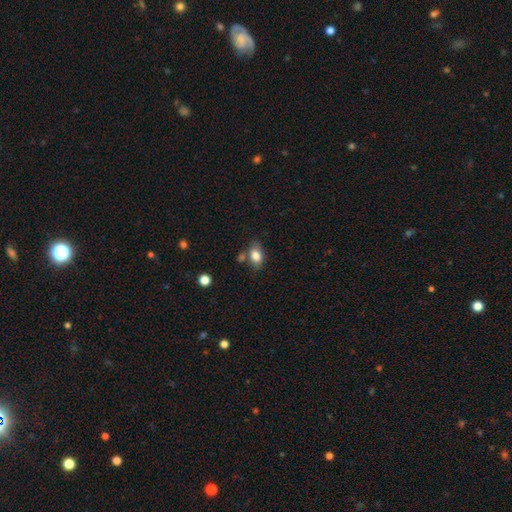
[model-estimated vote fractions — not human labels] Smooth or featured: smooth — 82% (featured or disk — 10%)
How rounded: in between — 84% (round — 14%)
Merging: none — 66% (minor disturbance — 17%)